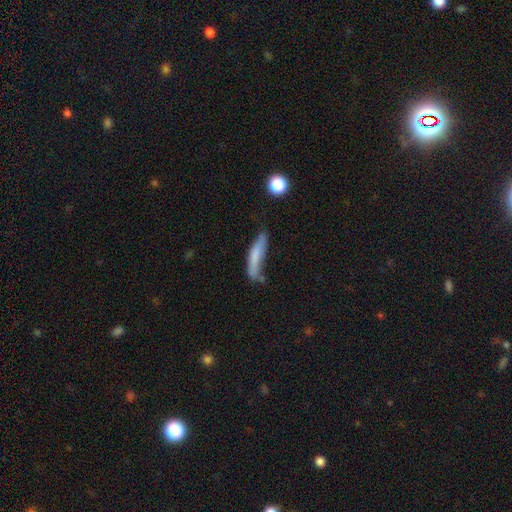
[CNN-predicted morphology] Overall: smooth (70%). How rounded: cigar-shaped (82%). Merging: none (50%; minor disturbance 31%).